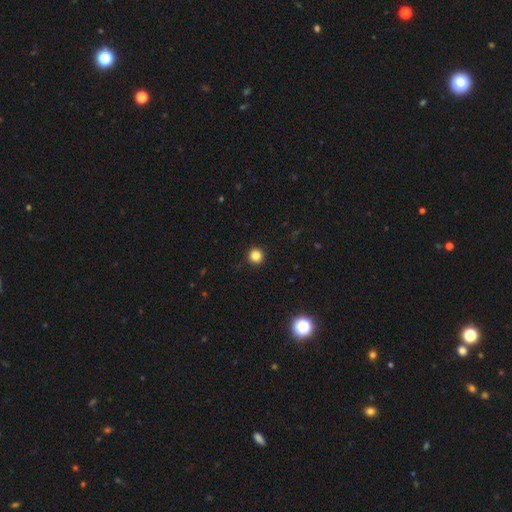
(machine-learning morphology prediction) smooth 85%, star or artifact 12%, featured or disk 3%. Down the decision tree: how rounded — round (96%); merging — none (93%).